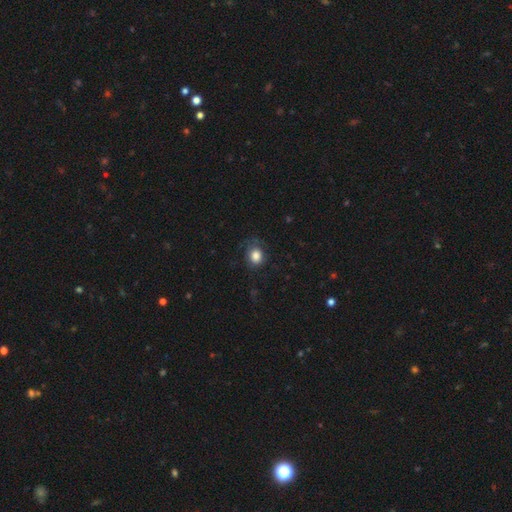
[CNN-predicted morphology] Smooth or featured? smooth (84%)
How rounded? round (67%)
Merging? none (69%)